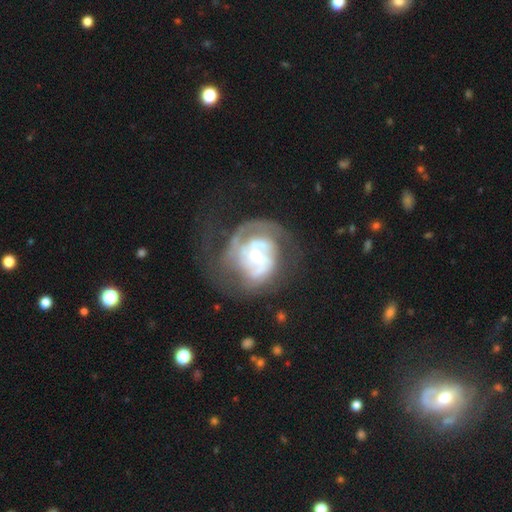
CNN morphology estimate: Overall: featured or disk (83%). Edge-on disk: no (98%). Bar: no (66%; weak 26%). Spiral arms: yes (87%). Spiral arm count: 2 (43%; can't tell 26%). Spiral winding: tight (46%; medium 37%). Bulge size: moderate (59%; small 32%). Merging: none (46%; major disturbance 29%).